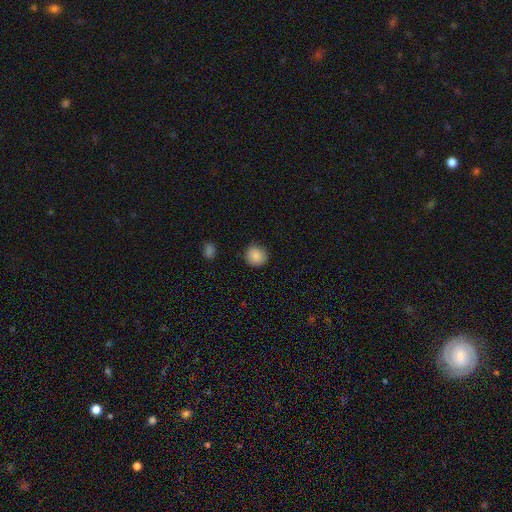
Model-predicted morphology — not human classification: Q: Smooth or featured?
A: smooth (87%); runner-up: star or artifact (8%)
Q: How rounded?
A: round (89%); runner-up: in between (10%)
Q: Merging?
A: none (86%); runner-up: minor disturbance (10%)